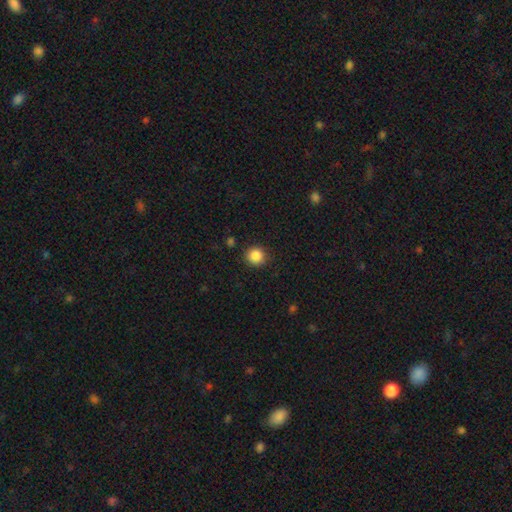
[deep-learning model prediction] smooth 87%, star or artifact 10%, featured or disk 3%. Down the decision tree: how rounded — round (92%); merging — none (90%).